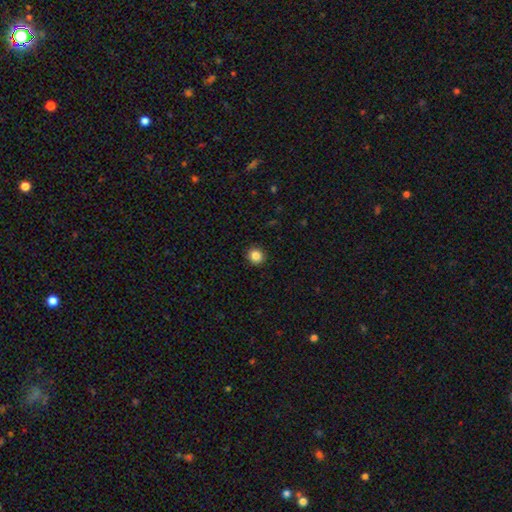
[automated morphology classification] A smooth galaxy with no disk features (85%) that is round (91%).

Vote fractions:
- Smooth or featured? smooth: 85% / star or artifact: 10% / featured or disk: 5%
- How rounded? round: 91% / in between: 8% / cigar-shaped: 1%
- Merging? none: 92% / minor disturbance: 5% / major disturbance: 2% / merger: 1%